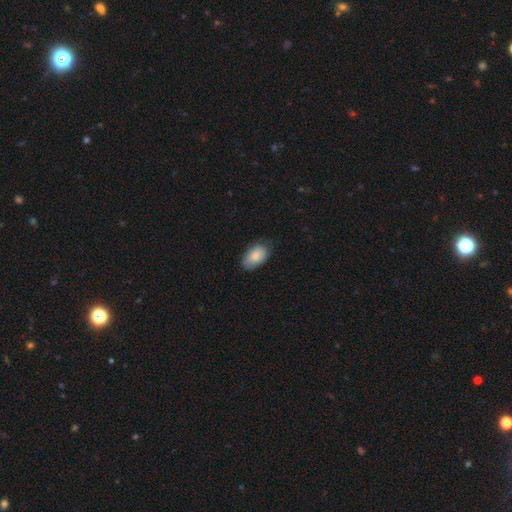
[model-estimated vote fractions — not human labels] This is clearly a smooth galaxy (84%). How rounded: clearly in between (92%). Merging: likely none (75%).